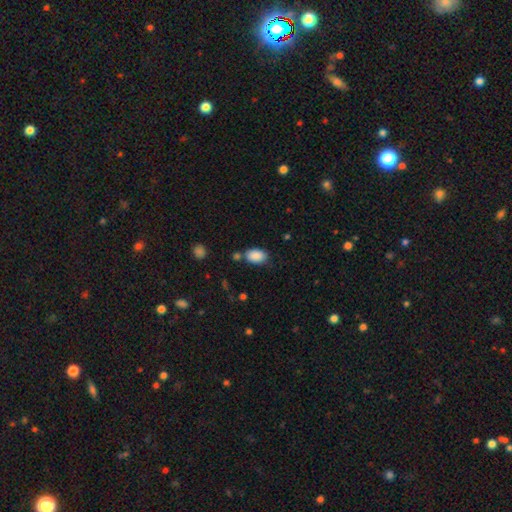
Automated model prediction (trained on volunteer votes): This appears to be a smooth galaxy with no disk features (89%) that is in between round and cigar-shaped (89%). Merging: none (71%).